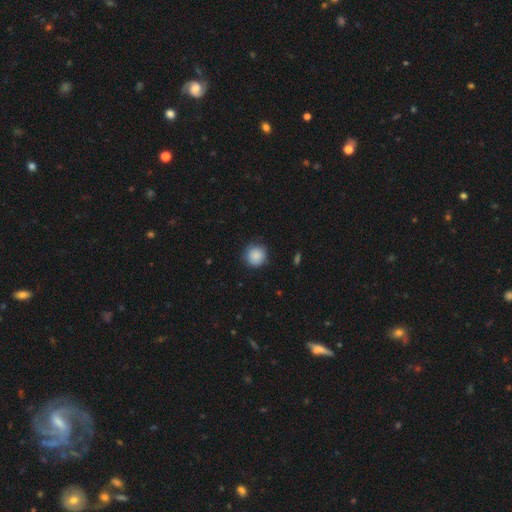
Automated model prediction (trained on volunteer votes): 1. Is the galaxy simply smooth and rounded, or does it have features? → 87% smooth, 8% star or artifact, 5% featured or disk.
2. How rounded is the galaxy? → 93% round, 6% in between, 1% cigar-shaped.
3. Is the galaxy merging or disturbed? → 83% none, 13% minor disturbance, 3% major disturbance, 1% merger.